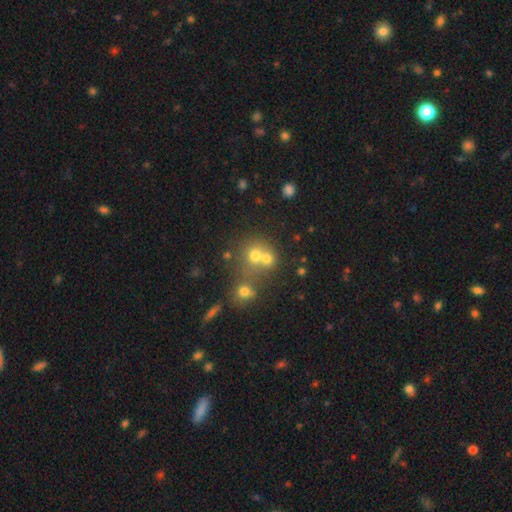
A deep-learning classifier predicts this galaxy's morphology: smooth-or-featured: smooth: 66% | star or artifact: 18% | featured or disk: 16%
  how-rounded: round: 81% | in between: 18% | cigar-shaped: 1%
  merging: merger: 49% | none: 40% | minor disturbance: 7% | major disturbance: 4%